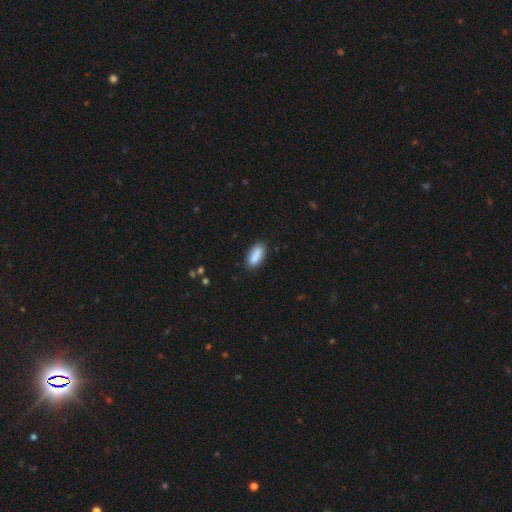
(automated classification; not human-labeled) smooth_or_featured: smooth (p=0.87) [alt: star or artifact p=0.07]
how_rounded: in between (p=0.82) [alt: cigar-shaped p=0.16]
merging: none (p=0.83) [alt: minor disturbance p=0.13]